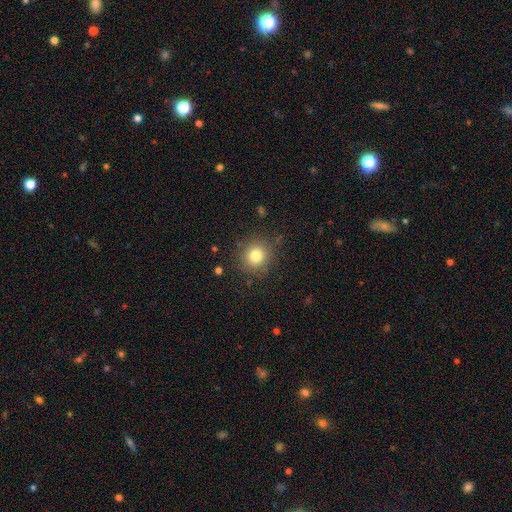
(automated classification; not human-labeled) Smooth or featured?
  - smooth: 79% *
  - star or artifact: 13%
  - featured or disk: 8%
How rounded?
  - round: 89% *
  - in between: 10%
  - cigar-shaped: 1%
Merging?
  - none: 87% *
  - minor disturbance: 8%
  - major disturbance: 3%
  - merger: 1%